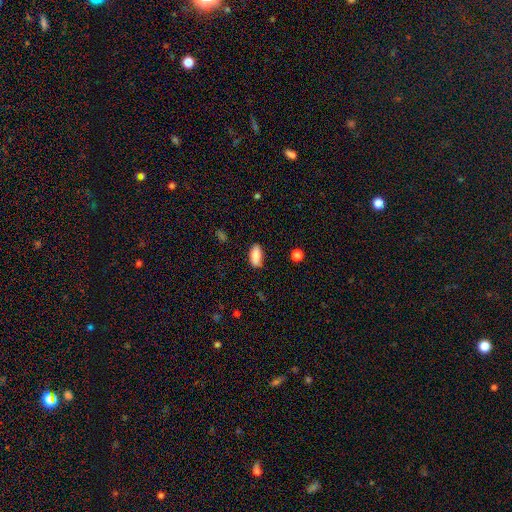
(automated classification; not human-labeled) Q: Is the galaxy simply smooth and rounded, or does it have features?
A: smooth — 87%.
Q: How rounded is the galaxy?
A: in between — 88%.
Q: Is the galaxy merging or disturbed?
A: none — 79%.